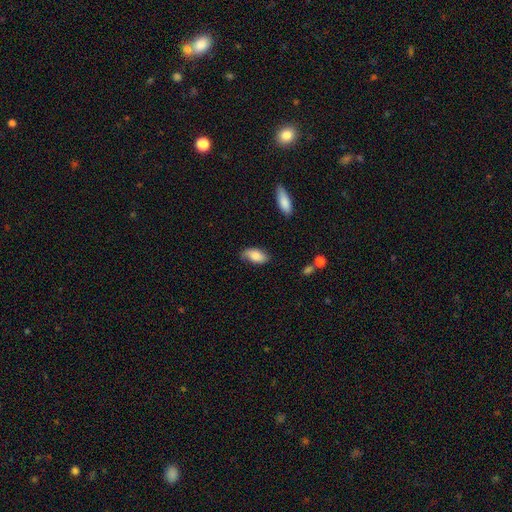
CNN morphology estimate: smooth 77%, featured or disk 16%, star or artifact 7%. Down the decision tree: how rounded — in between (92%); merging — none (65%).